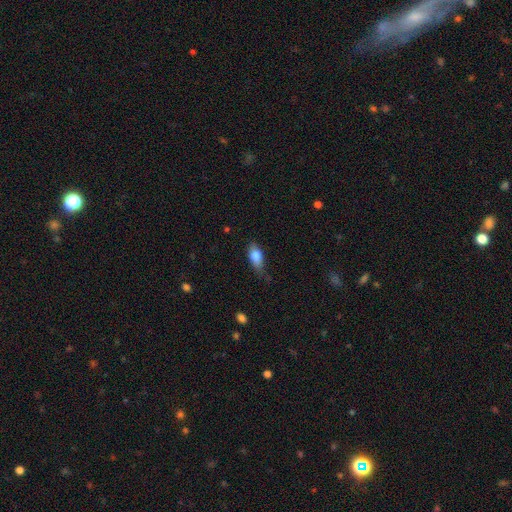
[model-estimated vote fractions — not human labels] Smooth or featured: smooth — 78% (featured or disk — 15%)
How rounded: in between — 81% (cigar-shaped — 14%)
Merging: none — 60% (minor disturbance — 31%)